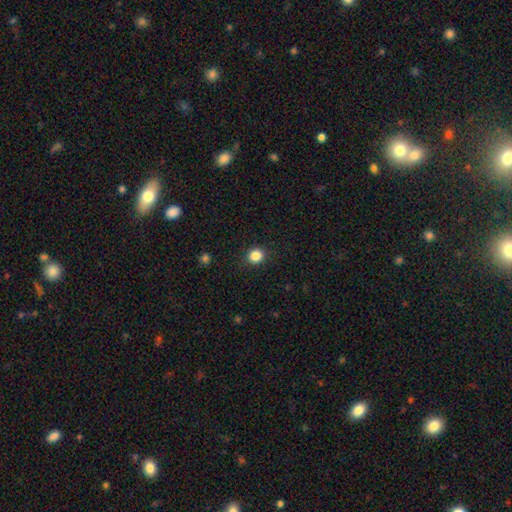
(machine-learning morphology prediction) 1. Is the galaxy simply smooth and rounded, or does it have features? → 85% smooth, 11% star or artifact, 4% featured or disk.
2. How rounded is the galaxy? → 89% round, 10% in between, 1% cigar-shaped.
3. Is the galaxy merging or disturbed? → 91% none, 6% minor disturbance, 2% major disturbance, 1% merger.